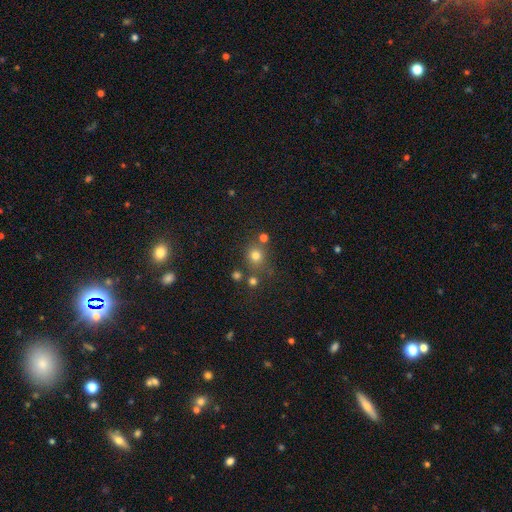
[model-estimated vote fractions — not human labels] Smooth or featured: smooth — 74% (star or artifact — 17%)
How rounded: round — 83% (in between — 16%)
Merging: none — 70% (merger — 14%)